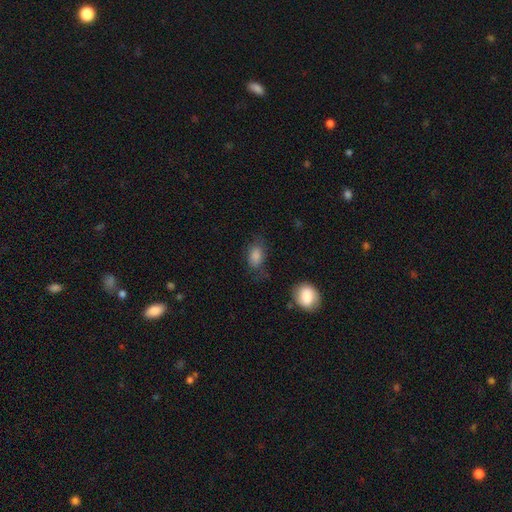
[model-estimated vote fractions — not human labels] Morphology: type=smooth (81%); roundness=in between (85%); merging=none (67%).